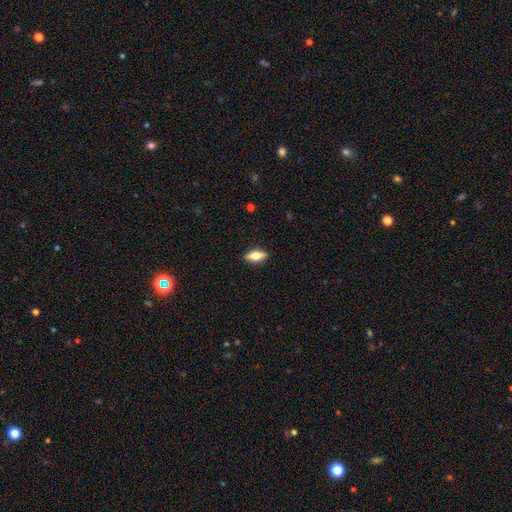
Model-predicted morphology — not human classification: This is possibly a smooth galaxy (56%). How rounded: likely in between (71%). Merging: clearly none (88%).